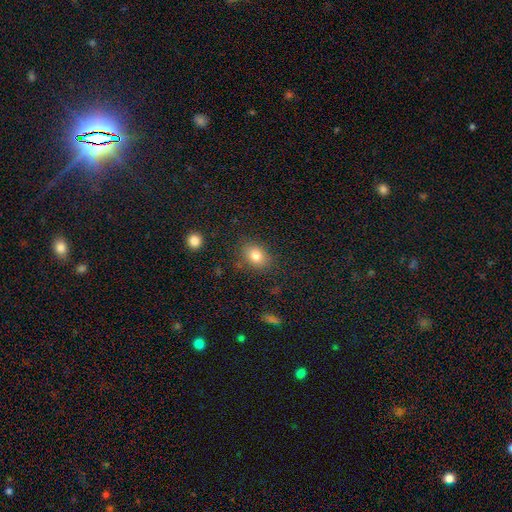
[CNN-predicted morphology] Smooth or featured?
  - smooth: 81% *
  - star or artifact: 10%
  - featured or disk: 9%
How rounded?
  - in between: 63% *
  - round: 36%
  - cigar-shaped: 1%
Merging?
  - none: 82% *
  - minor disturbance: 12%
  - major disturbance: 4%
  - merger: 2%